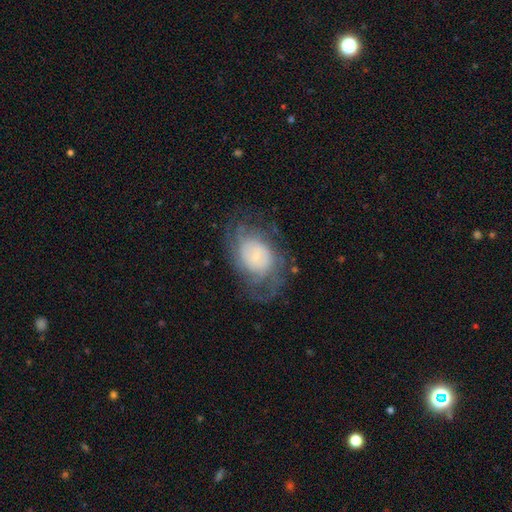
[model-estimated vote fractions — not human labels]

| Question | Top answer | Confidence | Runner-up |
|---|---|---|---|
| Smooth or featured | featured or disk | 65% | smooth (26%) |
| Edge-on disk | no | 97% | yes (3%) |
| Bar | no | 73% | weak (23%) |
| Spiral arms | yes | 82% | no (18%) |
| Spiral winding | tight | 42% | medium (38%) |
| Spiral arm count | can't tell | 44% | 2 (29%) |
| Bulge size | small | 50% | moderate (16%) |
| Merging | none | 60% | minor disturbance (20%) |